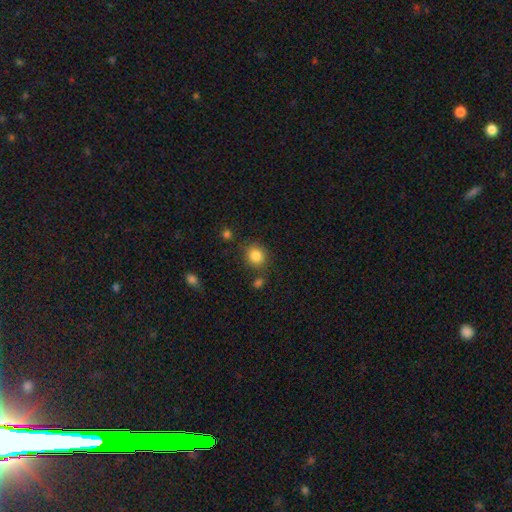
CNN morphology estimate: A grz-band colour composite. It shows a smooth galaxy with no disk features (85%) that is round (80%). Merging: none (79%).